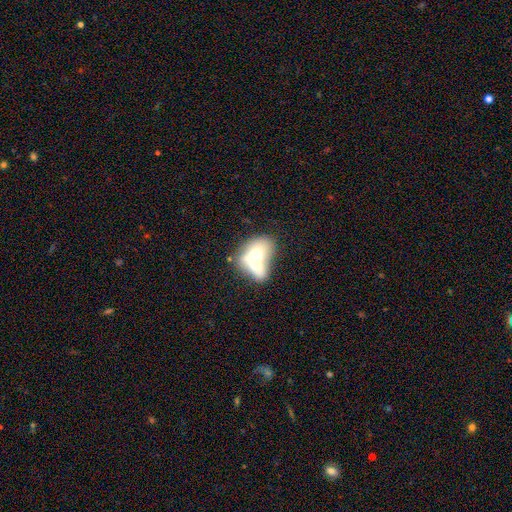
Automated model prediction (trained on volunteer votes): This appears to be a smooth galaxy with no disk features (58%) that is in between round and cigar-shaped (68%). Merging: merger (69%).